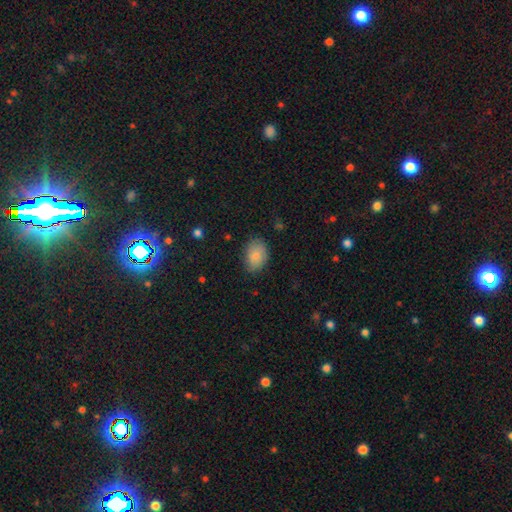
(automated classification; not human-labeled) smooth_or_featured: smooth (p=0.85) [alt: featured or disk p=0.08]
how_rounded: in between (p=0.81) [alt: round p=0.17]
merging: none (p=0.78) [alt: minor disturbance p=0.17]